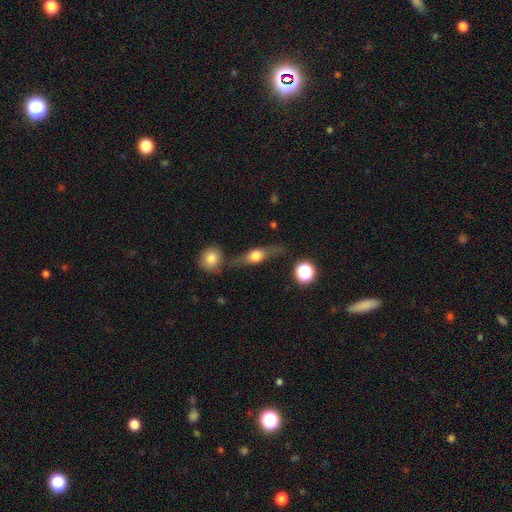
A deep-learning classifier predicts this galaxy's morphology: Smooth or featured?
  - featured or disk: 49% *
  - smooth: 42%
  - star or artifact: 9%
Merging?
  - none: 63% *
  - minor disturbance: 17%
  - merger: 11%
  - major disturbance: 8%